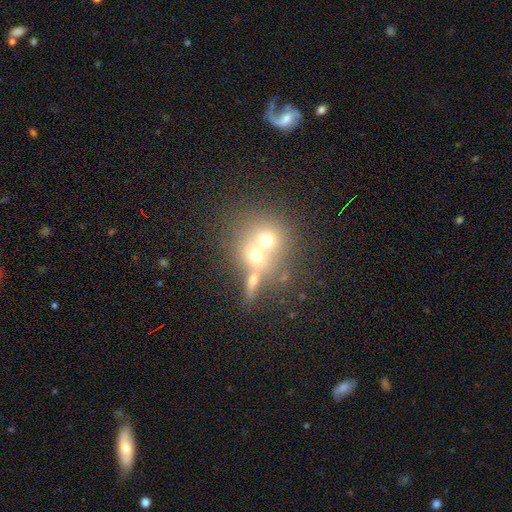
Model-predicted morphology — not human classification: Smooth or featured: smooth — 61% (featured or disk — 25%)
How rounded: round — 73% (in between — 25%)
Merging: merger — 65% (none — 25%)